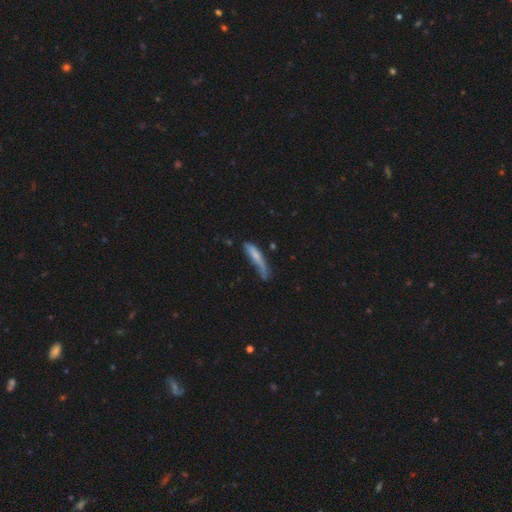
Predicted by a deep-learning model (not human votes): This is likely a smooth galaxy (63%). How rounded: clearly cigar-shaped (85%). Merging: marginally none (40%).